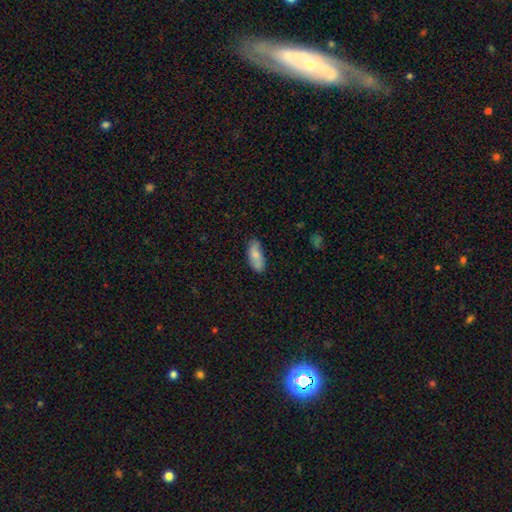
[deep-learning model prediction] The model was most divided on "merging": none: 68%, minor disturbance: 24%, major disturbance: 5%, merger: 4%. More confident: how rounded — in between (82%); smooth or featured — smooth (76%).